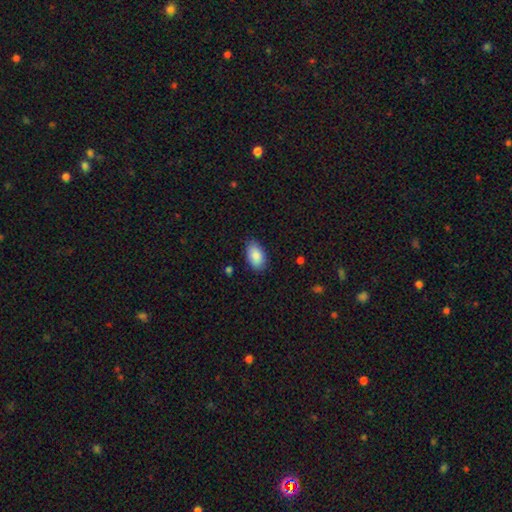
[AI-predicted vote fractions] Morphology: type=smooth (88%); roundness=in between (93%); merging=none (83%).